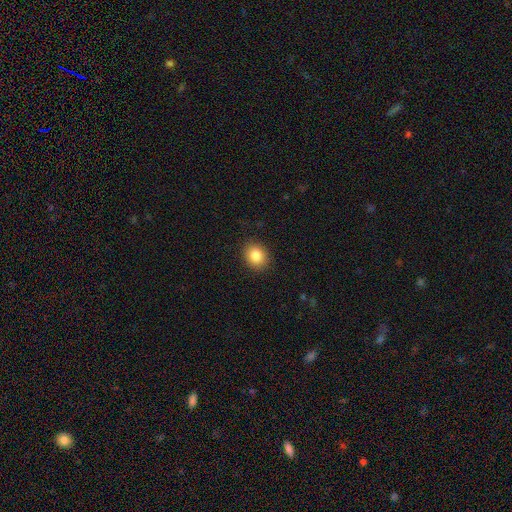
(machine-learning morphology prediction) type=smooth (85%); roundness=round (58%); merging=none (89%).